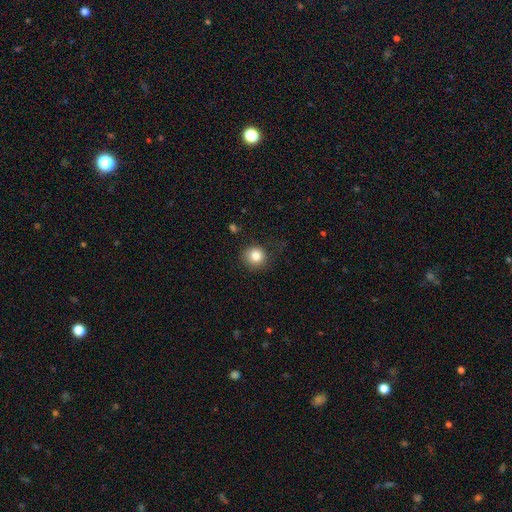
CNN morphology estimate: Smooth or featured: smooth — 82% (star or artifact — 11%)
How rounded: round — 89% (in between — 10%)
Merging: none — 79% (minor disturbance — 14%)